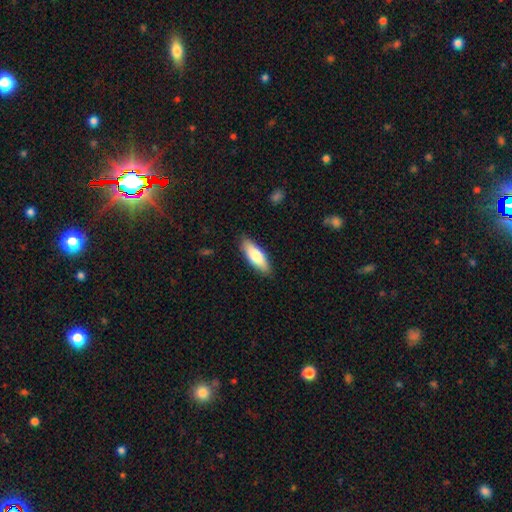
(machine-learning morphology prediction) Smooth or featured?
  - smooth: 75% *
  - featured or disk: 19%
  - star or artifact: 5%
How rounded?
  - in between: 62% *
  - cigar-shaped: 36%
  - round: 2%
Merging?
  - none: 87% *
  - minor disturbance: 10%
  - major disturbance: 2%
  - merger: 1%